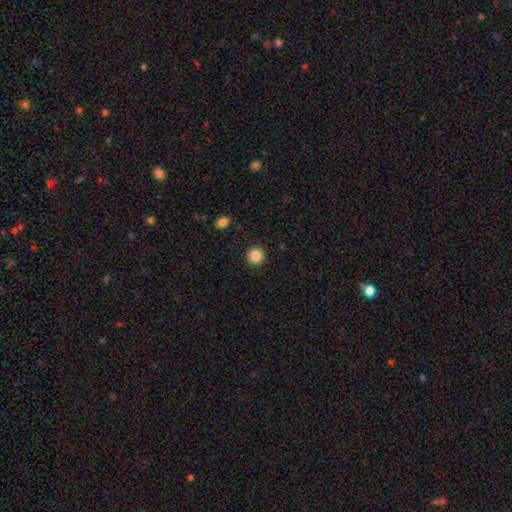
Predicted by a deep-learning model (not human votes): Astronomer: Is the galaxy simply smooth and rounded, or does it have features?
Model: smooth — 87%.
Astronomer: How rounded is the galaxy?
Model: round — 93%.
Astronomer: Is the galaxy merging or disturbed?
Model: none — 92%.